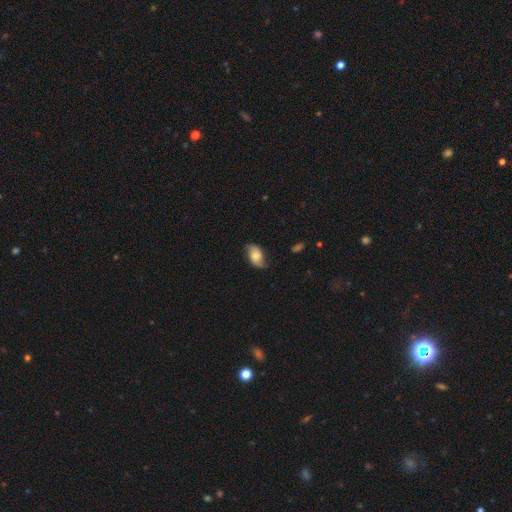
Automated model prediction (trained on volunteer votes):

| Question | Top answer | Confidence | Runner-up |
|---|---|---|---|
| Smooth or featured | smooth | 56% | featured or disk (36%) |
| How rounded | in between | 91% | round (7%) |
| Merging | none | 63% | minor disturbance (27%) |